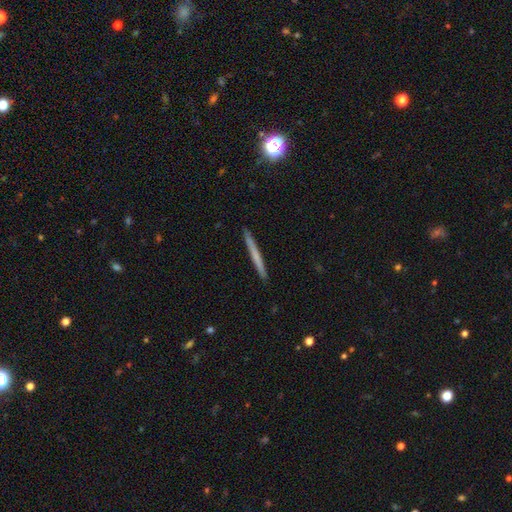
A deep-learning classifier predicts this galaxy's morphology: type=smooth (55%); roundness=cigar-shaped (97%); merging=none (92%).